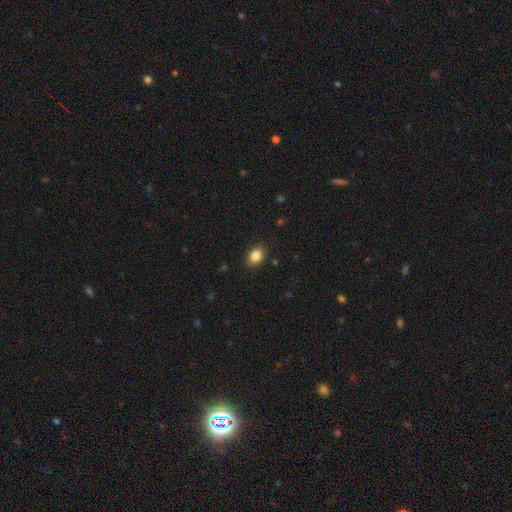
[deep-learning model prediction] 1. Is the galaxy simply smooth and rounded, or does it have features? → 86% smooth, 9% star or artifact, 5% featured or disk.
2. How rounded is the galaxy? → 71% in between, 27% round, 1% cigar-shaped.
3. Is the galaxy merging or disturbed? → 87% none, 9% minor disturbance, 2% major disturbance, 1% merger.